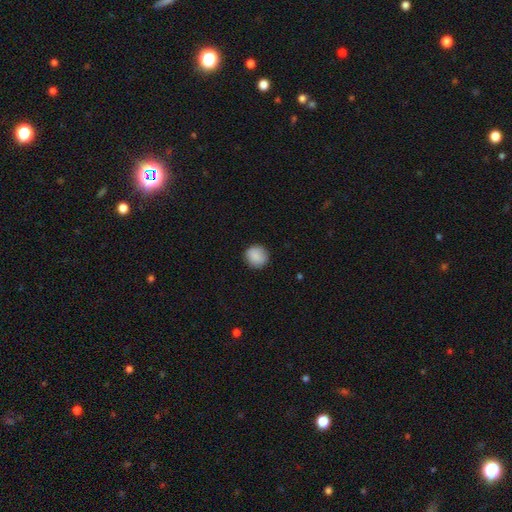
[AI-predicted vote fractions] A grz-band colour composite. It shows a smooth galaxy with no disk features (89%) that is round (92%). Merging: none (89%).